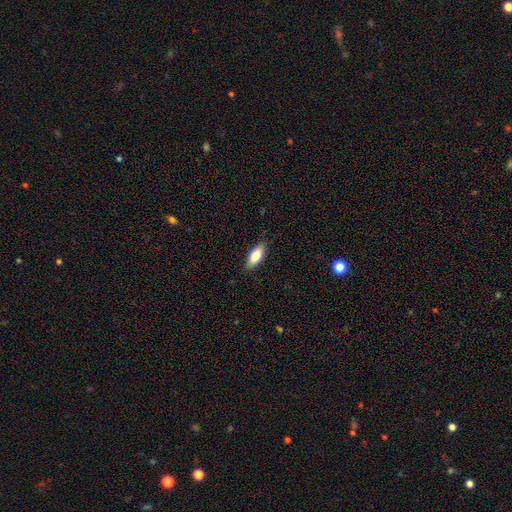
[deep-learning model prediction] Smooth or featured?
  - smooth: 79% *
  - featured or disk: 14%
  - star or artifact: 6%
How rounded?
  - in between: 81% *
  - cigar-shaped: 17%
  - round: 2%
Merging?
  - none: 87% *
  - minor disturbance: 10%
  - major disturbance: 2%
  - merger: 1%